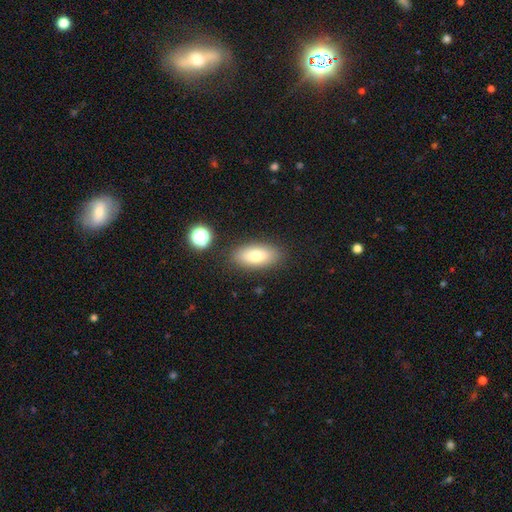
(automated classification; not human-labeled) This is likely a smooth galaxy (77%). How rounded: clearly in between (87%). Merging: clearly none (85%).